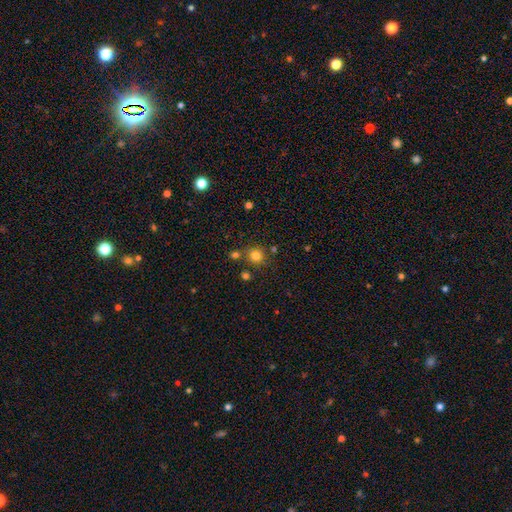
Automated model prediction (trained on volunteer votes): Q: Smooth or featured?
A: smooth (80%); runner-up: star or artifact (14%)
Q: How rounded?
A: round (89%); runner-up: in between (10%)
Q: Merging?
A: none (76%); runner-up: merger (11%)